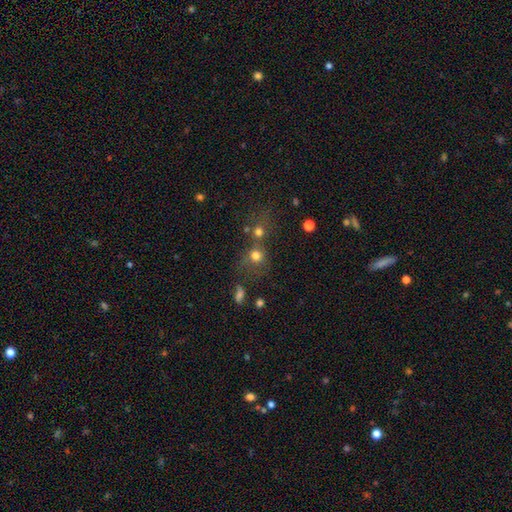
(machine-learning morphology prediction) Smooth or featured?
  - smooth: 72% *
  - star or artifact: 17%
  - featured or disk: 11%
How rounded?
  - round: 85% *
  - in between: 14%
  - cigar-shaped: 1%
Merging?
  - none: 46% *
  - merger: 36%
  - minor disturbance: 11%
  - major disturbance: 8%